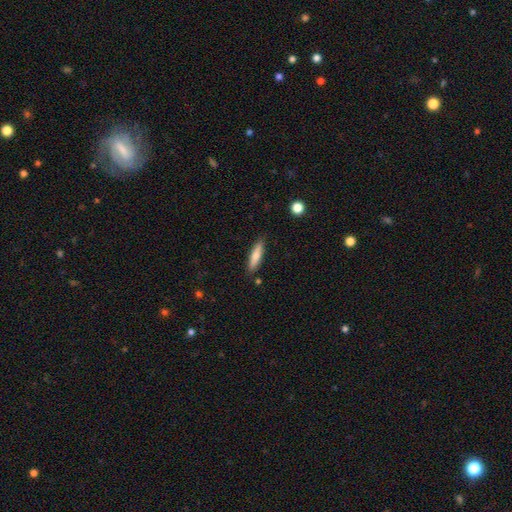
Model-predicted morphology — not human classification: A smooth galaxy with no disk features (72%) that is cigar-shaped (78%).

Vote fractions:
- Smooth or featured? smooth: 72% / featured or disk: 22% / star or artifact: 6%
- How rounded? cigar-shaped: 78% / in between: 20% / round: 2%
- Merging? none: 87% / minor disturbance: 9% / major disturbance: 2% / merger: 2%